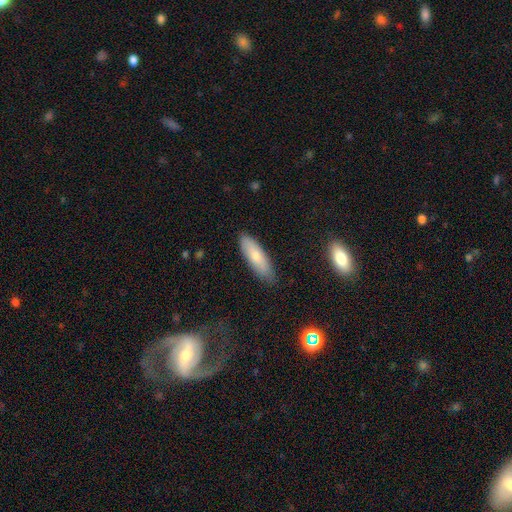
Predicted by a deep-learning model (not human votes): Smooth or featured: smooth — 74% (featured or disk — 20%)
How rounded: cigar-shaped — 49% (tied with in between — 49%)
Merging: none — 83% (minor disturbance — 13%)